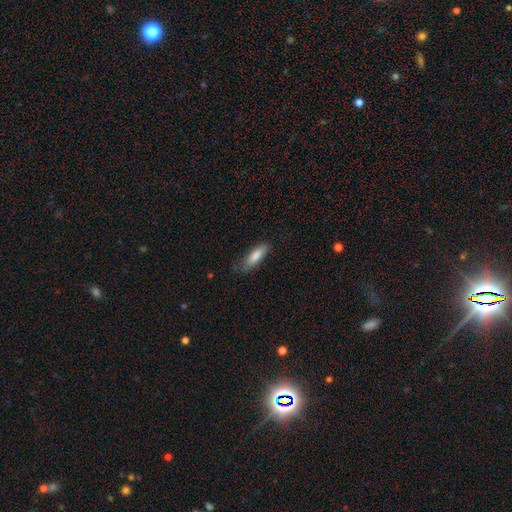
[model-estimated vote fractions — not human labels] Smooth or featured?
  - smooth: 80% *
  - featured or disk: 13%
  - star or artifact: 7%
How rounded?
  - cigar-shaped: 50% *
  - in between: 49%
  - round: 2%
Merging?
  - none: 67% *
  - minor disturbance: 25%
  - major disturbance: 7%
  - merger: 1%